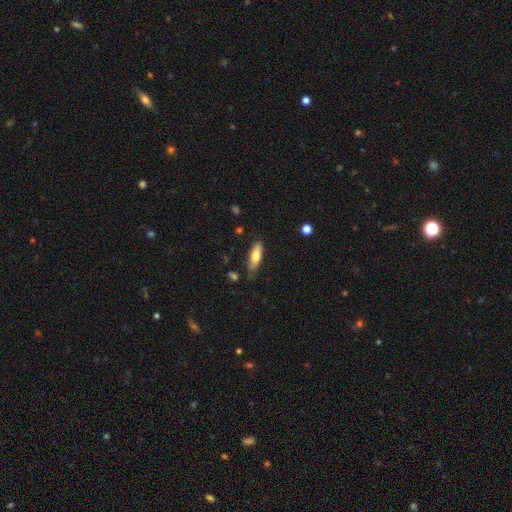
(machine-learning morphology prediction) smooth-or-featured: smooth: 70% | featured or disk: 24% | star or artifact: 6%
  how-rounded: cigar-shaped: 50% | in between: 48% | round: 2%
  merging: none: 71% | minor disturbance: 22% | major disturbance: 4% | merger: 2%